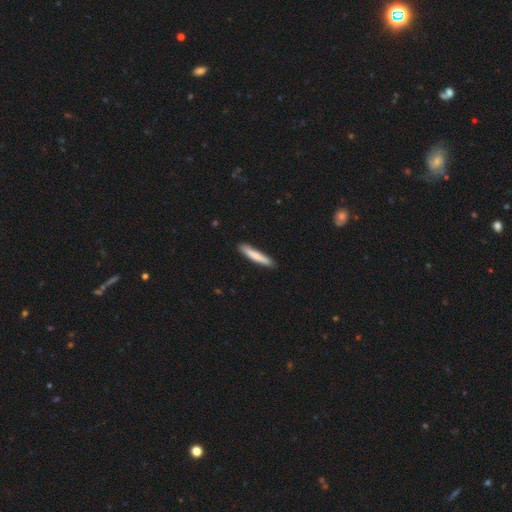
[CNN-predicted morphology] A smooth galaxy with no disk features (77%) that is cigar-shaped (92%). Merging: none (88%).